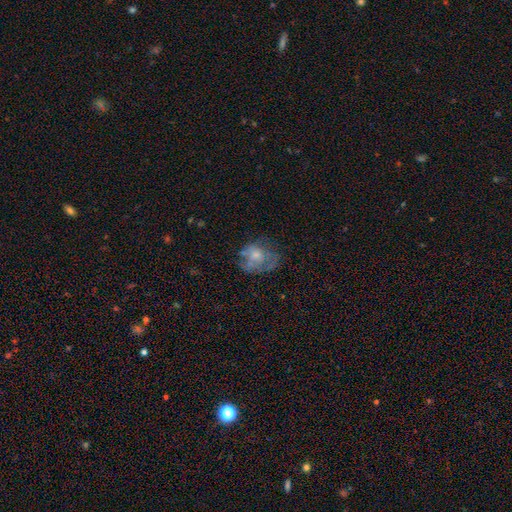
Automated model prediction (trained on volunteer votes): A smooth galaxy with no disk features (47%). Merging: none (42%).